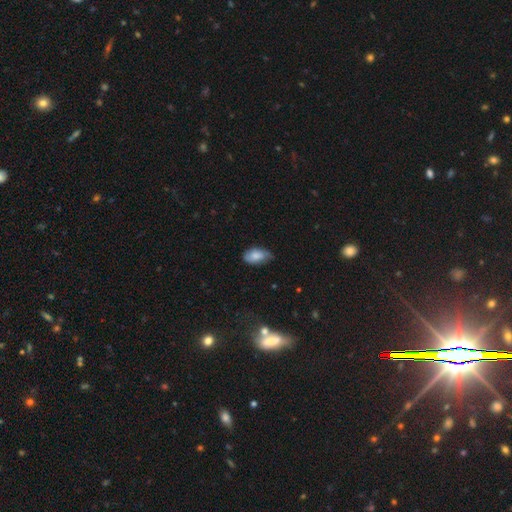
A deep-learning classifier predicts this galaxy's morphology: smooth 76%, featured or disk 17%, star or artifact 7%. Down the decision tree: how rounded — in between (93%); merging — none (61%).